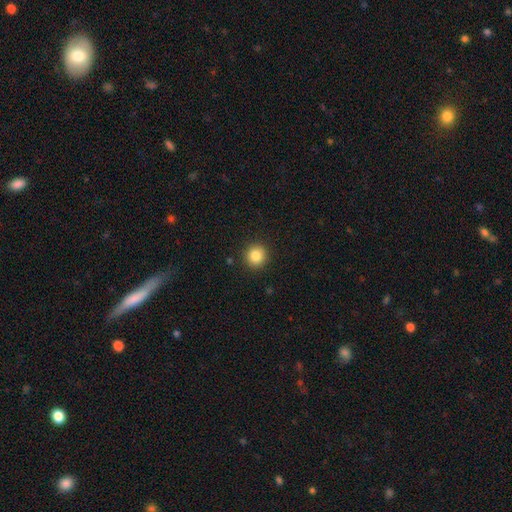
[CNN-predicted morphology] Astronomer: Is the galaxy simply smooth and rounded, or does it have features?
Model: smooth — 84%.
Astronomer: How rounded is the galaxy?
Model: round — 92%.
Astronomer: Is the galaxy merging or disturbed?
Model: none — 91%.